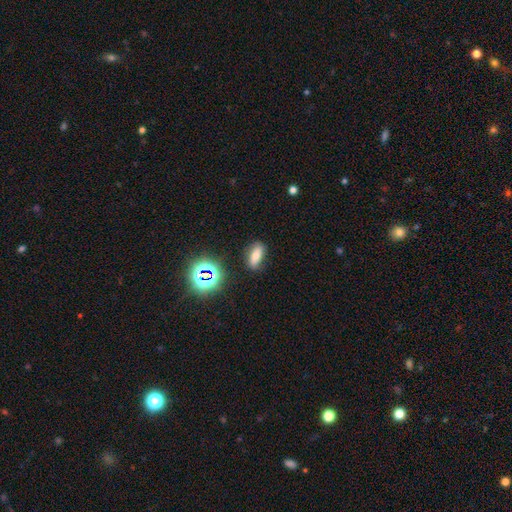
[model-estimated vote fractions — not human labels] This appears to be a smooth galaxy with no disk features (62%) that is in between round and cigar-shaped (74%). Merging: none (79%).